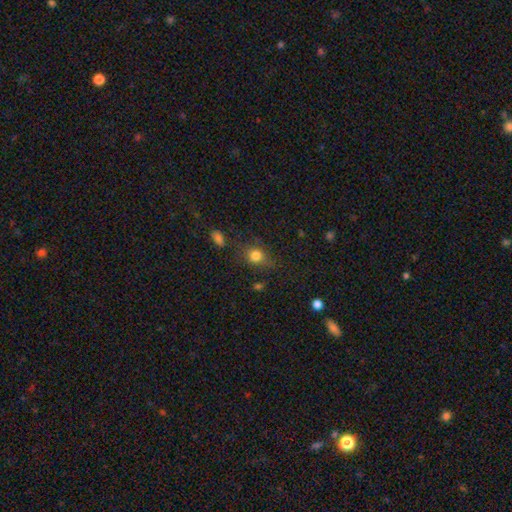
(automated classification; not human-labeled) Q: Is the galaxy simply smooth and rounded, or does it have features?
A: smooth — 79%.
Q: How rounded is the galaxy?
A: round — 69%.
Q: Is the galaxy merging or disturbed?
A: none — 71%.